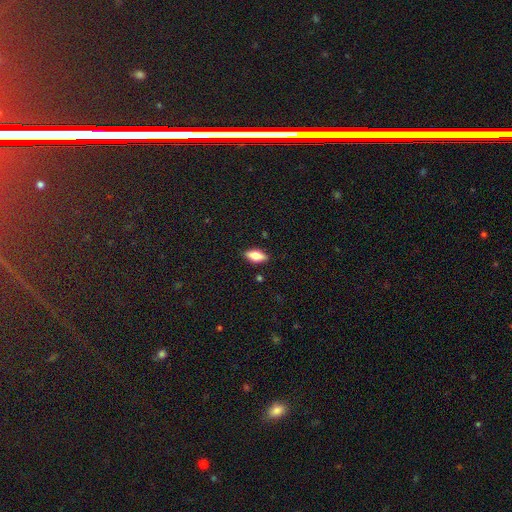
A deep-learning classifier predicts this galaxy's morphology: smooth 68%, featured or disk 25%, star or artifact 7%. Down the decision tree: how rounded — in between (81%); merging — none (87%).